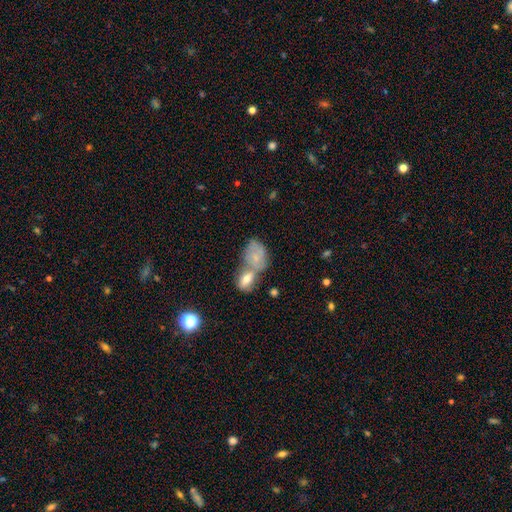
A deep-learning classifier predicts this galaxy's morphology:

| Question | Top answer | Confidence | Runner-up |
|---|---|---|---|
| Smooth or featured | smooth | 63% | featured or disk (28%) |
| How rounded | in between | 80% | round (18%) |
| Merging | merger | 57% | none (23%) |